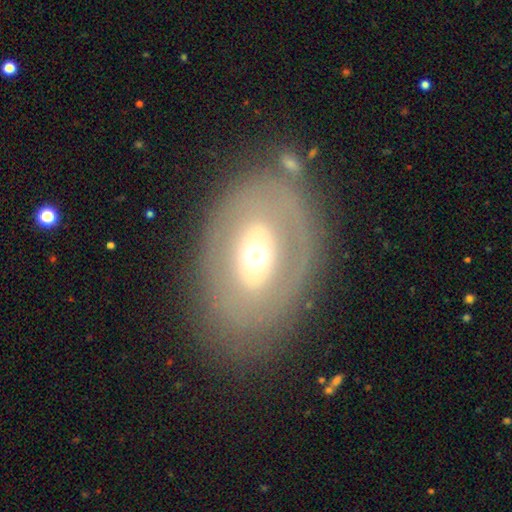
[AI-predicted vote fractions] Morphology: type=featured or disk (53%); edge-on=no (91%); merging=none (78%).